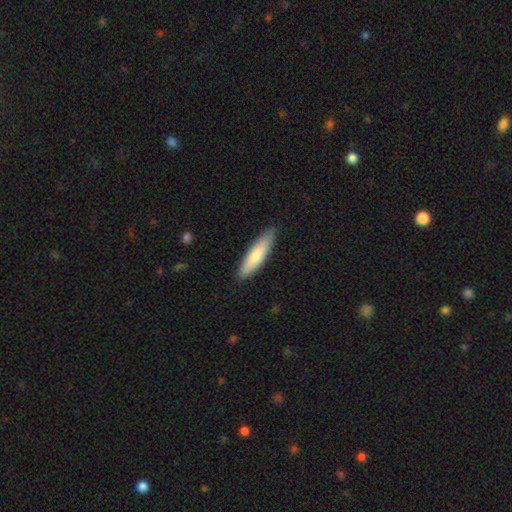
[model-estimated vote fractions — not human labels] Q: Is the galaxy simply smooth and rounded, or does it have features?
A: smooth — 77%.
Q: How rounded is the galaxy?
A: cigar-shaped — 73%.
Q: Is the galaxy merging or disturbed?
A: none — 85%.